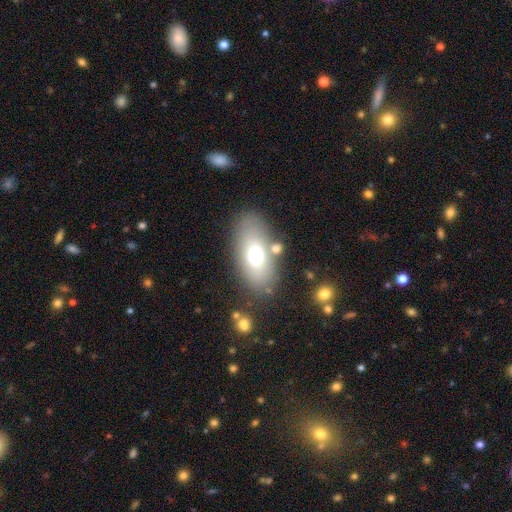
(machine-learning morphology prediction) This is likely a smooth galaxy (66%). How rounded: clearly in between (87%). Merging: likely none (74%).